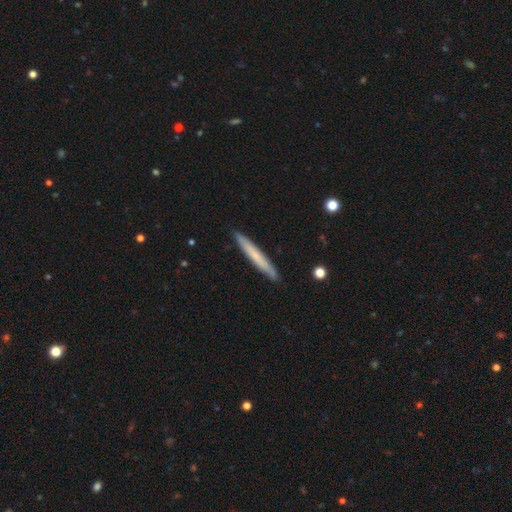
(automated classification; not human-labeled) This is likely a smooth galaxy (63%). How rounded: clearly cigar-shaped (96%). Merging: clearly none (90%).